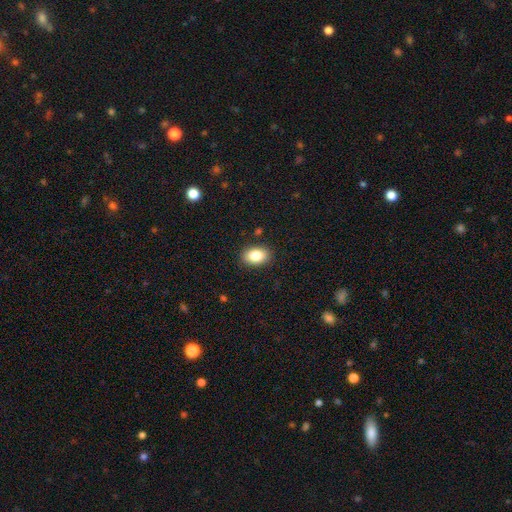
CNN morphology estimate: smooth 85%, star or artifact 8%, featured or disk 7%. Down the decision tree: how rounded — in between (83%); merging — none (88%).